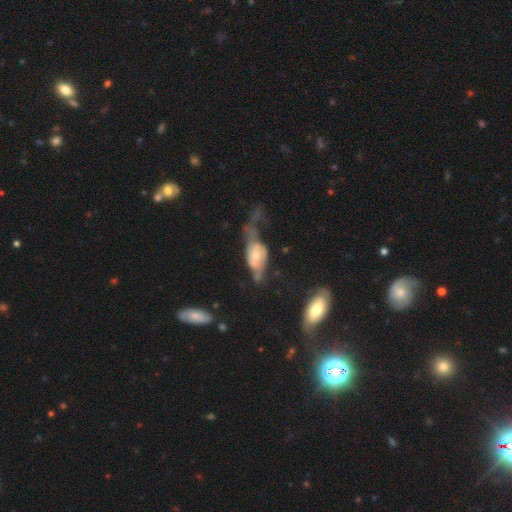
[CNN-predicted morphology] This is possibly a featured or disk galaxy (57%). It is likely not viewed edge-on (79%). Merging: possibly major disturbance (51%).